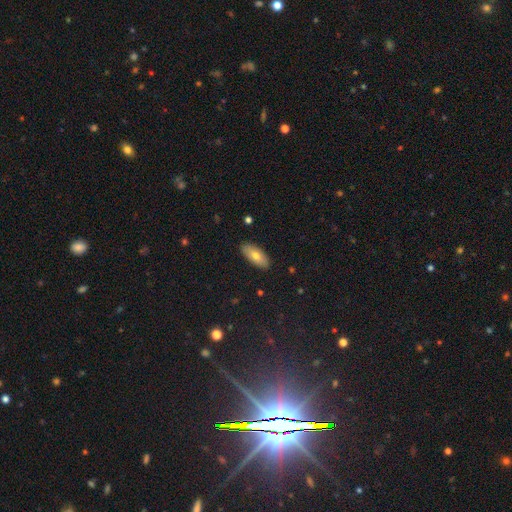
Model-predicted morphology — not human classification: Smooth or featured? Predicted: smooth (p=0.71). How rounded? Predicted: in between (p=0.82). Merging? Predicted: none (p=0.89).